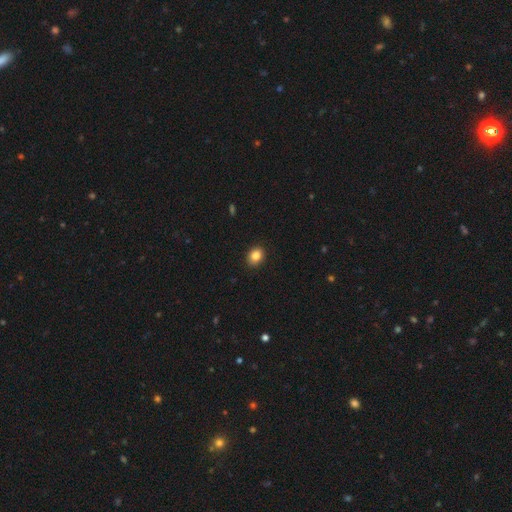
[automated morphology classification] This appears to be a smooth galaxy with no disk features (85%) that is in between round and cigar-shaped (53%). Merging: none (90%).